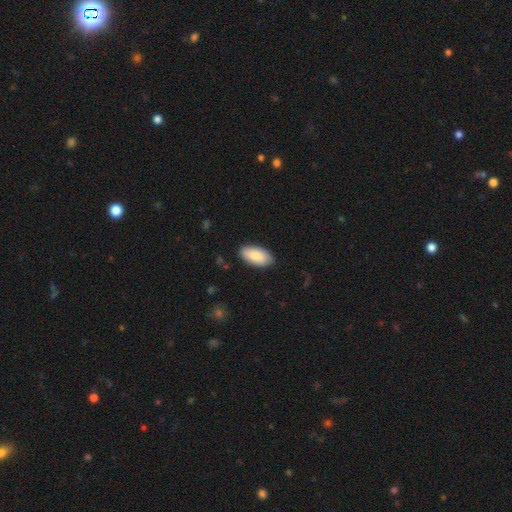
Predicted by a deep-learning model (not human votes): smooth 86%, featured or disk 9%, star or artifact 5%. Down the decision tree: how rounded — in between (94%); merging — none (86%).